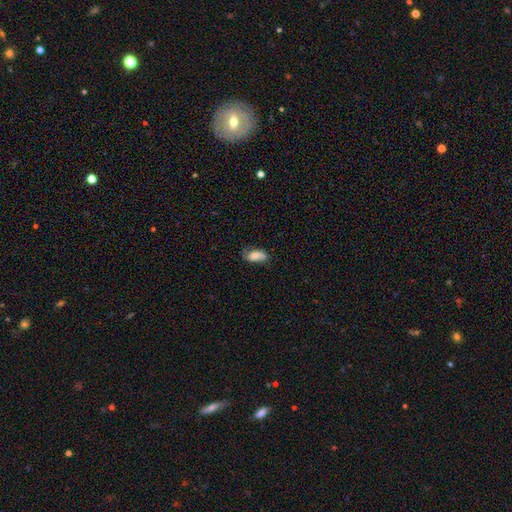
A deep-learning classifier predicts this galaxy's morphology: This appears to be a smooth galaxy with no disk features (68%) that is in between round and cigar-shaped (88%). Merging: none (62%).